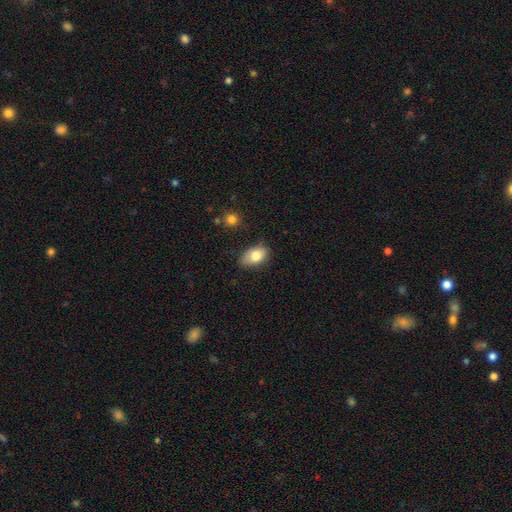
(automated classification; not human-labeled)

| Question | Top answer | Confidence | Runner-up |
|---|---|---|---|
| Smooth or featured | smooth | 80% | featured or disk (12%) |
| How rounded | in between | 90% | round (9%) |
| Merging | none | 70% | minor disturbance (23%) |